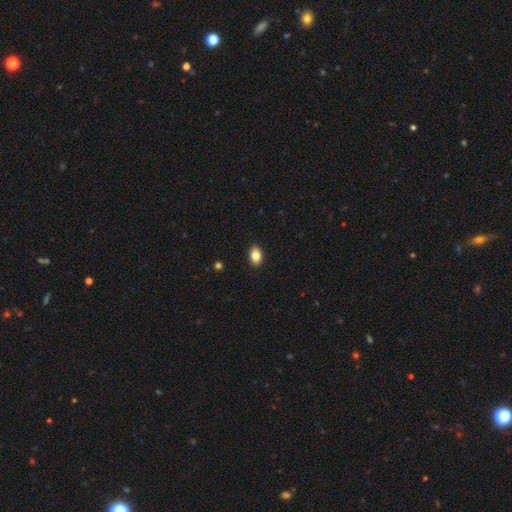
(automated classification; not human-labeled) Overall: smooth (84%). How rounded: in between (85%). Merging: none (90%).